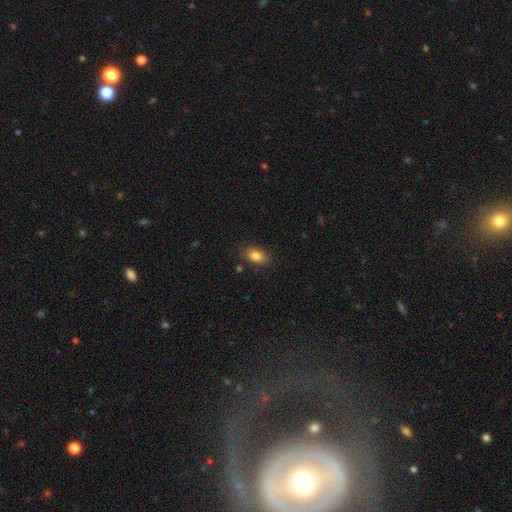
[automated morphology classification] Smooth or featured?
  - smooth: 85% *
  - star or artifact: 8%
  - featured or disk: 7%
How rounded?
  - in between: 88% *
  - round: 9%
  - cigar-shaped: 3%
Merging?
  - none: 82% *
  - minor disturbance: 13%
  - major disturbance: 3%
  - merger: 2%